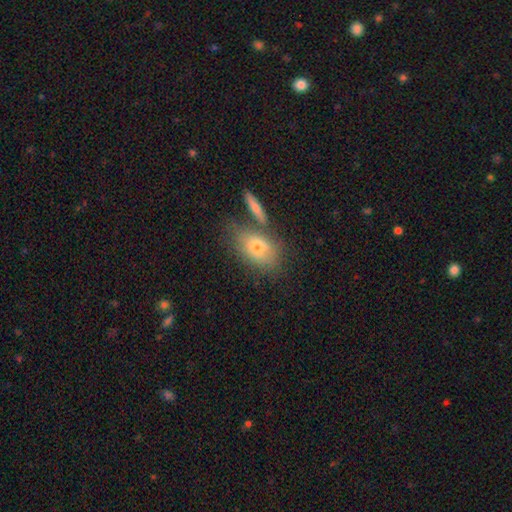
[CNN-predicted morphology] Smooth or featured? smooth (65%)
How rounded? in between (79%)
Merging? none (58%)